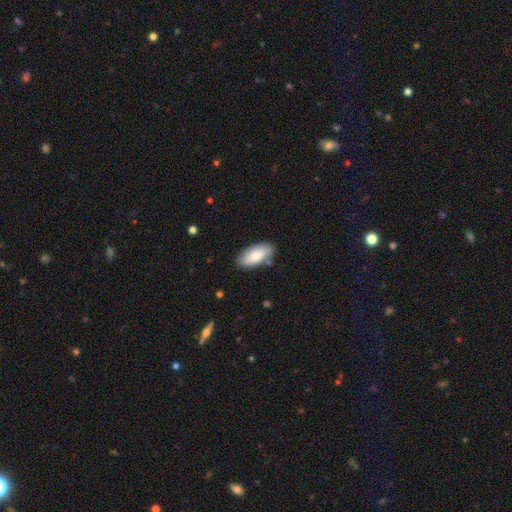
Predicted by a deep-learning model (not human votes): smooth 83%, featured or disk 11%, star or artifact 6%. Down the decision tree: how rounded — in between (90%); merging — none (82%).